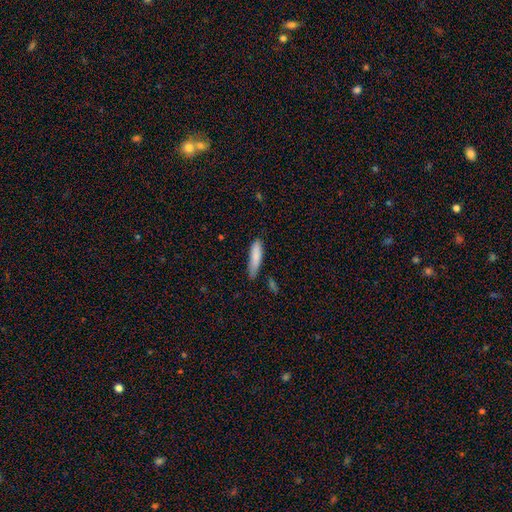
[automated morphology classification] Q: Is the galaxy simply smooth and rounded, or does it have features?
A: smooth — 84%.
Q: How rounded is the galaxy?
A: cigar-shaped — 72%.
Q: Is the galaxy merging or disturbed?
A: none — 69%.